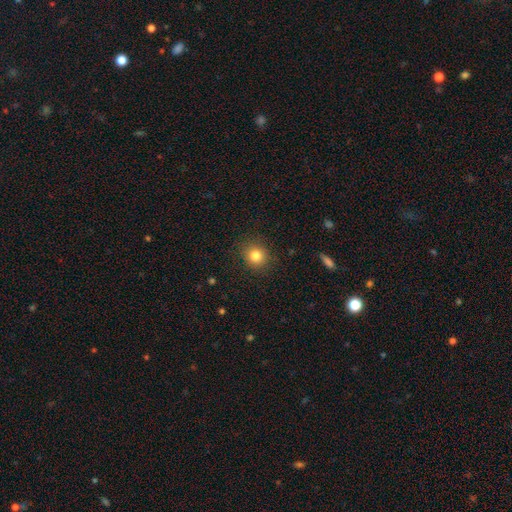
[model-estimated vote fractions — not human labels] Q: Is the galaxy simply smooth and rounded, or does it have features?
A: smooth — 82%.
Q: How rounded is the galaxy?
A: round — 84%.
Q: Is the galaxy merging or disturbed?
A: none — 89%.